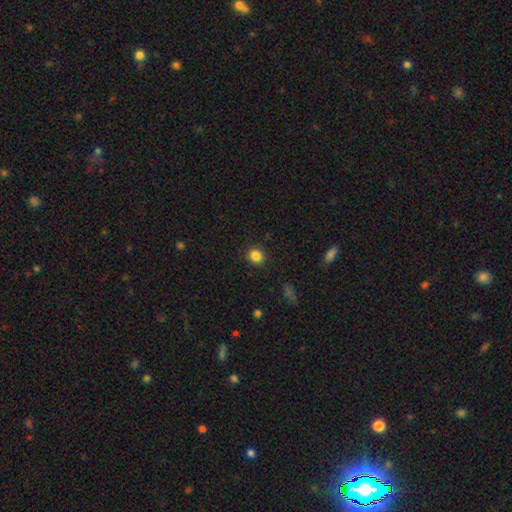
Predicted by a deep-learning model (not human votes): Smooth or featured?
  - smooth: 84% *
  - star or artifact: 11%
  - featured or disk: 4%
How rounded?
  - round: 84% *
  - in between: 15%
  - cigar-shaped: 1%
Merging?
  - none: 89% *
  - minor disturbance: 7%
  - major disturbance: 2%
  - merger: 1%